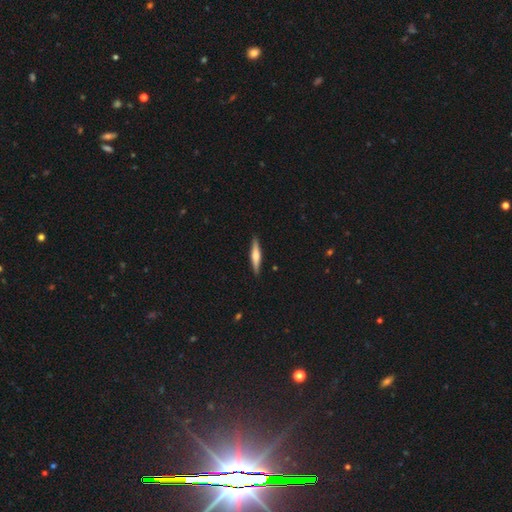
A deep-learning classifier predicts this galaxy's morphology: smooth_or_featured: featured or disk (p=0.49) [alt: smooth p=0.45]
merging: none (p=0.90) [alt: minor disturbance p=0.07]